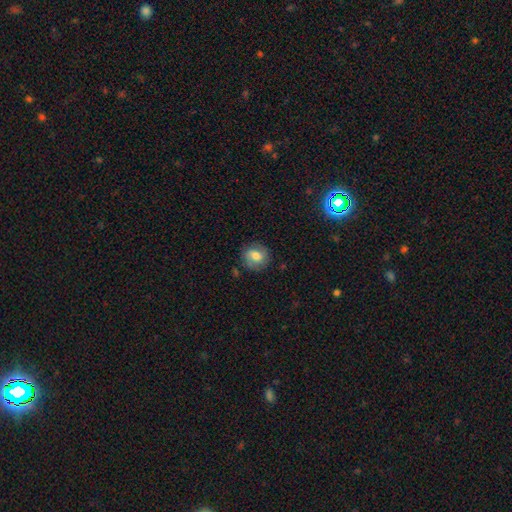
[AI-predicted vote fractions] Smooth or featured? Predicted: smooth (p=0.61). How rounded? Predicted: round (p=0.78). Merging? Predicted: none (p=0.80).